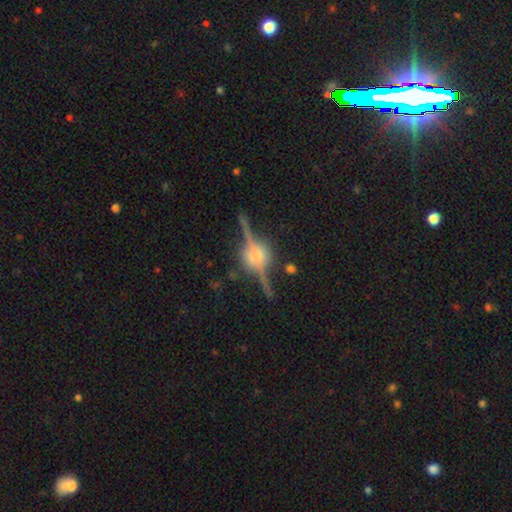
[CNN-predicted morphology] Overall: featured or disk (85%). Edge-on disk: yes (96%). Edge-on bulge: rounded (87%). Merging: none (82%).